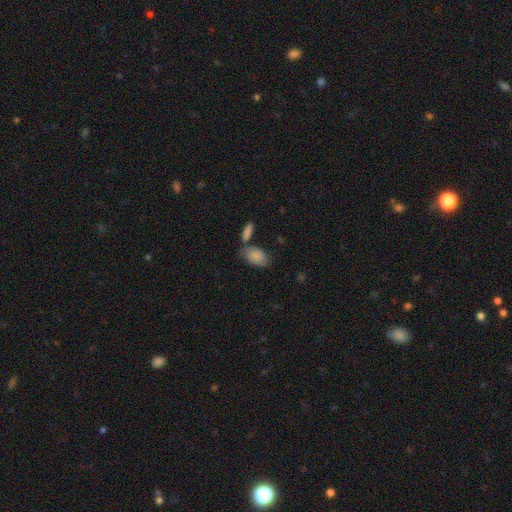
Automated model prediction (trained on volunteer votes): Q: Smooth or featured?
A: smooth (74%); runner-up: featured or disk (19%)
Q: How rounded?
A: in between (89%); runner-up: round (9%)
Q: Merging?
A: none (52%); runner-up: merger (21%)